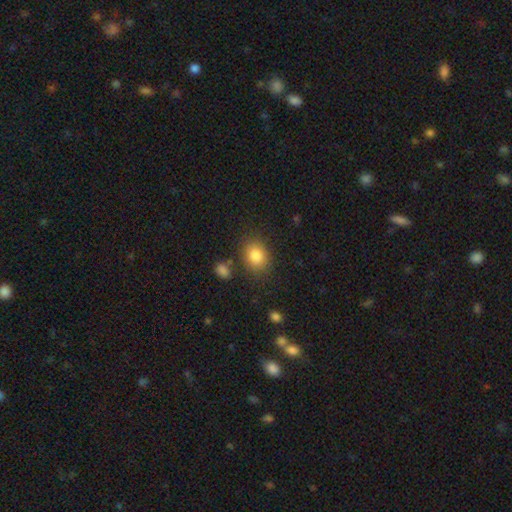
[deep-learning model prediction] This appears to be a smooth galaxy with no disk features (83%) that is round (51%). Merging: none (80%).